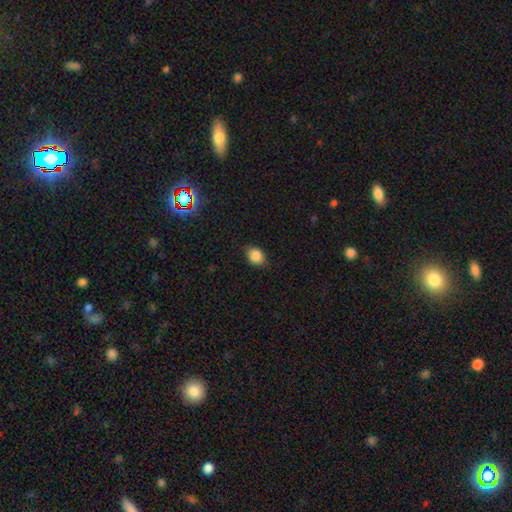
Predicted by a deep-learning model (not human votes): A smooth galaxy with no disk features (86%) that is in between round and cigar-shaped (50%).

Vote fractions:
- Smooth or featured? smooth: 86% / star or artifact: 9% / featured or disk: 5%
- How rounded? in between: 50% / round: 48% / cigar-shaped: 1%
- Merging? none: 80% / minor disturbance: 16% / major disturbance: 3% / merger: 1%